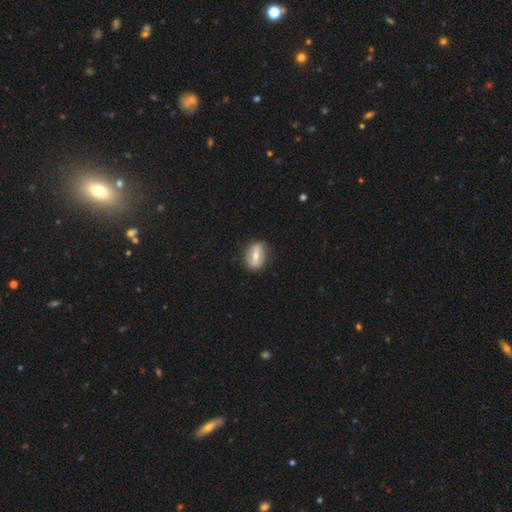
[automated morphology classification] Smooth or featured?
  - featured or disk: 60% *
  - smooth: 33%
  - star or artifact: 7%
Edge-on disk?
  - no: 88% *
  - yes: 12%
Bar?
  - strong: 58% *
  - weak: 27%
  - no: 15%
Spiral arms?
  - yes: 56% *
  - no: 44%
Bulge size?
  - moderate: 64% *
  - small: 30%
  - large: 4%
  - none: 2%
  - dominant: 1%
Merging?
  - none: 82% *
  - minor disturbance: 13%
  - major disturbance: 3%
  - merger: 1%